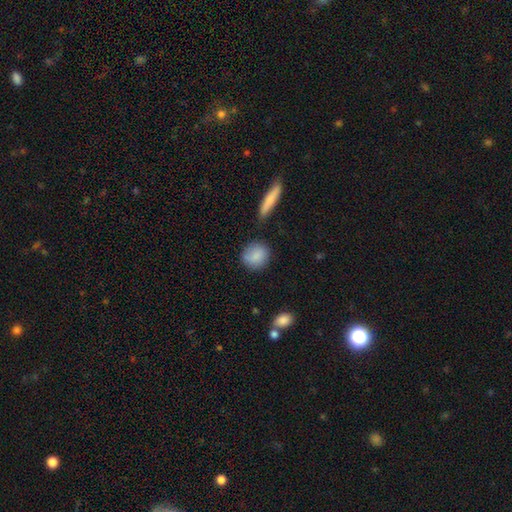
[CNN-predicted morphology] Smooth or featured? smooth (86%)
How rounded? round (83%)
Merging? none (77%)